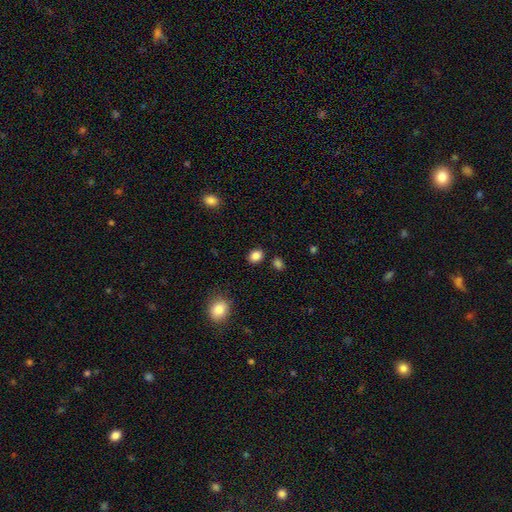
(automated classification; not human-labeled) Overall: smooth (86%). How rounded: in between (54%; round 45%). Merging: none (84%).